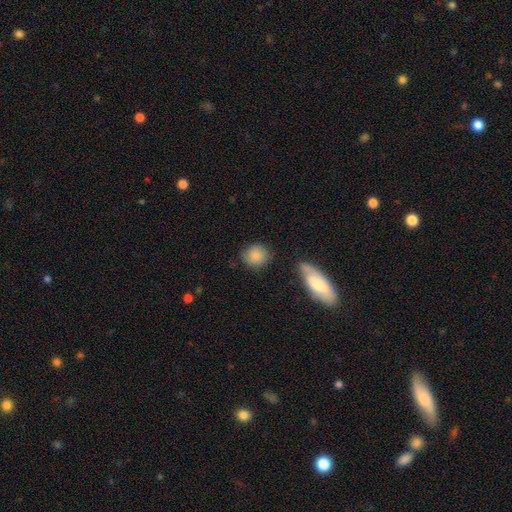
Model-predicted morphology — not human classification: Smooth or featured? Predicted: smooth (p=0.85). How rounded? Predicted: round (p=0.80). Merging? Predicted: none (p=0.77).